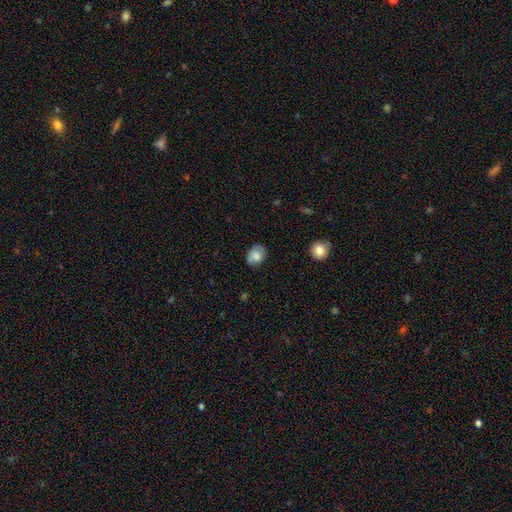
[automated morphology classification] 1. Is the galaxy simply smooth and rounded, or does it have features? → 74% smooth, 18% featured or disk, 8% star or artifact.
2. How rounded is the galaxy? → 65% in between, 34% round, 1% cigar-shaped.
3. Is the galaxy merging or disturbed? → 69% none, 24% minor disturbance, 5% major disturbance, 2% merger.